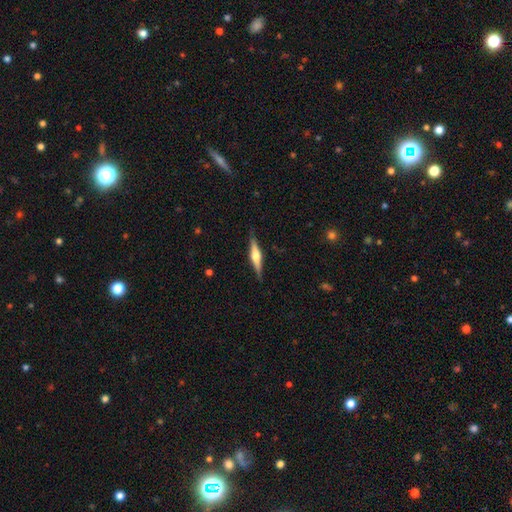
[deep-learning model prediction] A featured or disk galaxy (69%) viewed edge-on (97%) with a rounded central bulge (89%). Merging: none (88%).